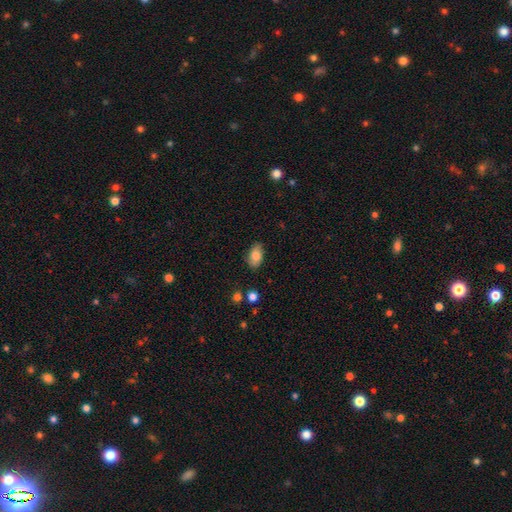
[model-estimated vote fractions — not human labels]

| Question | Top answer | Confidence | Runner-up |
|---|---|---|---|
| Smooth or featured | smooth | 80% | featured or disk (12%) |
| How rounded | in between | 91% | round (7%) |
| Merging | none | 84% | minor disturbance (12%) |